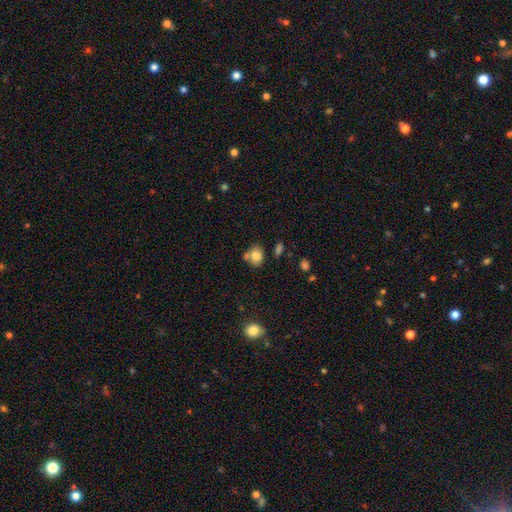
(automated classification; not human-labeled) Morphology: type=smooth (80%); roundness=in between (51%); merging=none (58%).